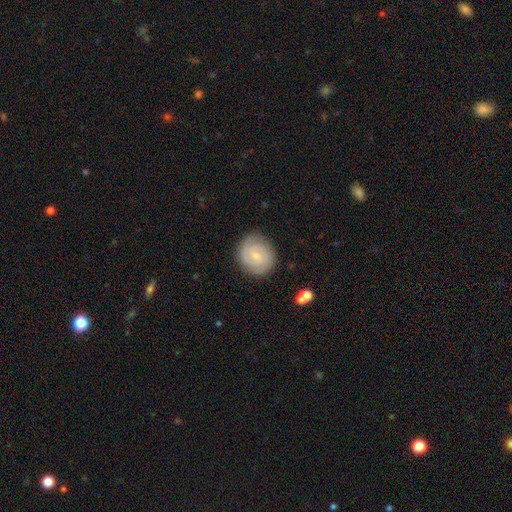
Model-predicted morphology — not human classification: smooth-or-featured: featured or disk: 73% | smooth: 21% | star or artifact: 6%
  disk-edge-on: no: 98% | yes: 2%
    bar: weak: 47% | no: 46% | strong: 7%
    has-spiral-arms: yes: 94% | no: 6%
      spiral-winding: tight: 66% | medium: 28% | loose: 6%
      spiral-arm-count: 2: 65% | can't tell: 15% | 3: 12% | 1: 3% | 4: 3% | more than 4: 2%
    bulge-size: small: 75% | moderate: 19% | none: 5% | large: 1% | dominant: 1%
  merging: none: 84% | minor disturbance: 11% | major disturbance: 3% | merger: 1%